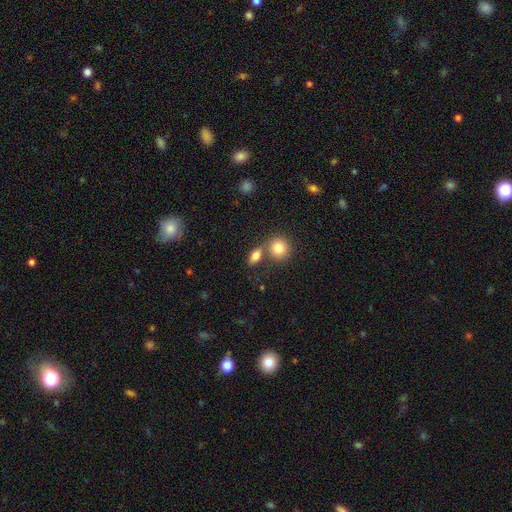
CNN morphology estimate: Overall: smooth (81%). How rounded: in between (74%). Merging: none (55%; merger 30%).